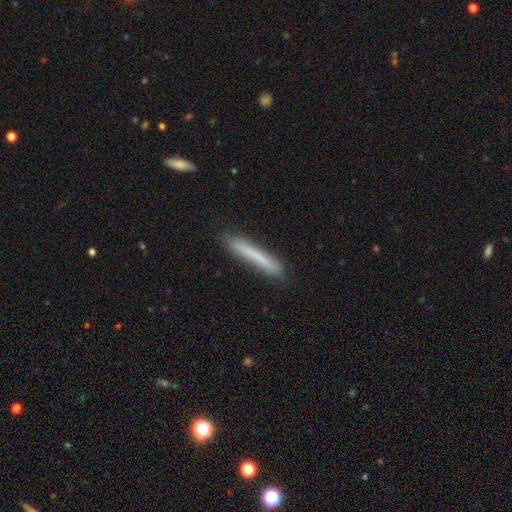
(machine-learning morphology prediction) This is likely a smooth galaxy (68%). How rounded: clearly cigar-shaped (95%). Merging: clearly none (82%).